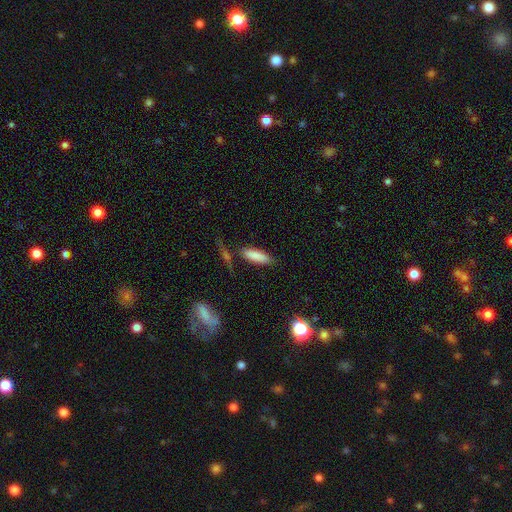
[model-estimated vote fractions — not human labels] smooth-or-featured: smooth: 85% | featured or disk: 9% | star or artifact: 7%
  how-rounded: in between: 54% | cigar-shaped: 45% | round: 2%
  merging: none: 72% | minor disturbance: 15% | merger: 8% | major disturbance: 5%